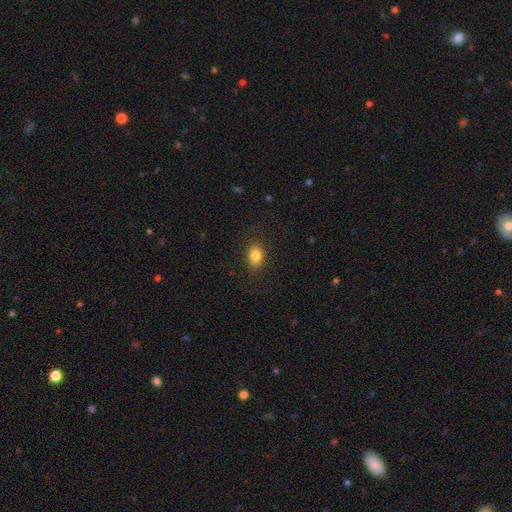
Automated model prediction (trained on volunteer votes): Overall: smooth (83%). How rounded: in between (70%). Merging: none (87%).